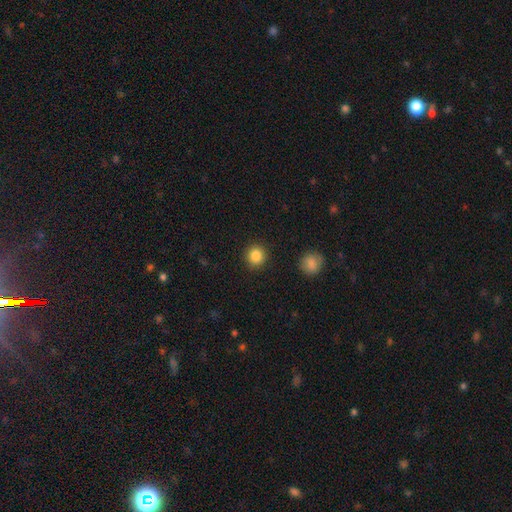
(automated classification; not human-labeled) Smooth or featured? Predicted: smooth (p=0.85). How rounded? Predicted: round (p=0.92). Merging? Predicted: none (p=0.91).